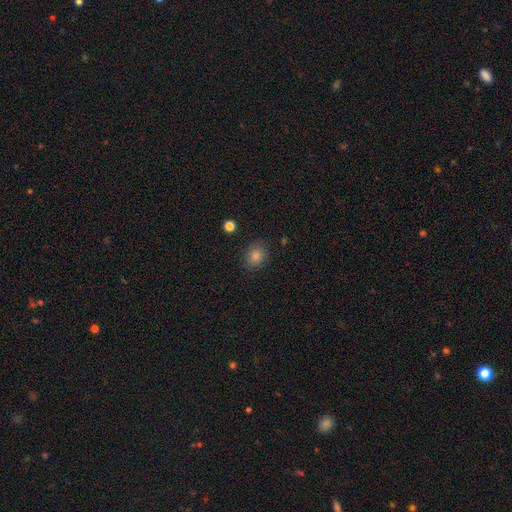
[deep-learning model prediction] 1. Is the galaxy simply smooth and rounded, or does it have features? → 80% smooth, 14% star or artifact, 6% featured or disk.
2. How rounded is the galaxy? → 66% round, 33% in between, 1% cigar-shaped.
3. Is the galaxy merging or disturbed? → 87% none, 9% minor disturbance, 3% major disturbance, 2% merger.